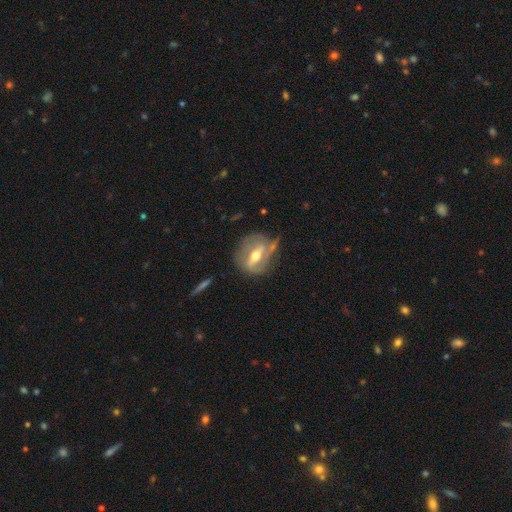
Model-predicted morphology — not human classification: Q: Smooth or featured?
A: featured or disk (72%); runner-up: smooth (21%)
Q: Edge-on disk?
A: no (87%); runner-up: yes (13%)
Q: Bar?
A: strong (55%); runner-up: weak (32%)
Q: Spiral arms?
A: yes (65%); runner-up: no (35%)
Q: Bulge size?
A: moderate (69%); runner-up: small (23%)
Q: Merging?
A: none (54%); runner-up: minor disturbance (26%)